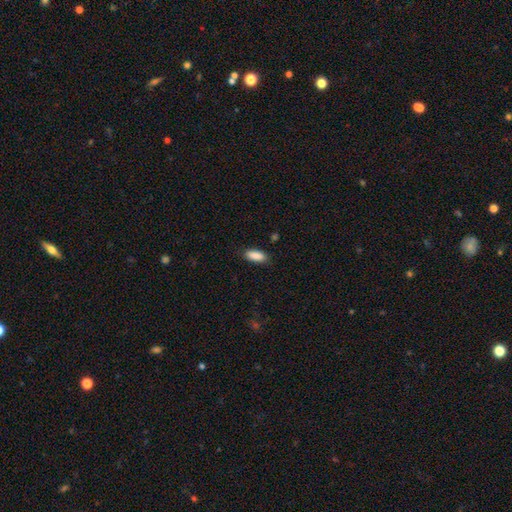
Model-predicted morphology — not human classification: Overall: smooth (89%). How rounded: in between (80%). Merging: none (84%).